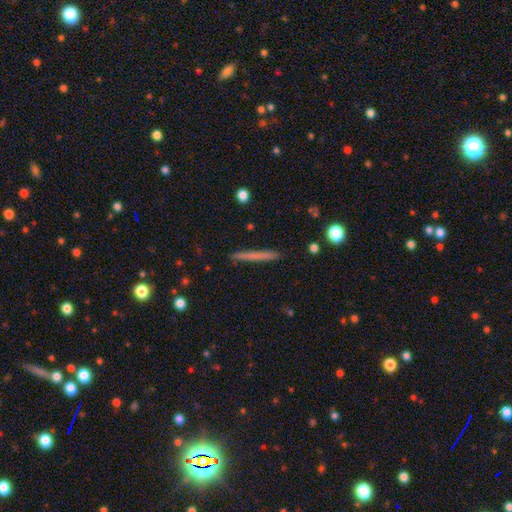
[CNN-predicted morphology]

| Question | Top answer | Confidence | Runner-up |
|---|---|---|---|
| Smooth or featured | smooth | 62% | featured or disk (31%) |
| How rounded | cigar-shaped | 96% | in between (2%) |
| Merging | none | 91% | minor disturbance (7%) |